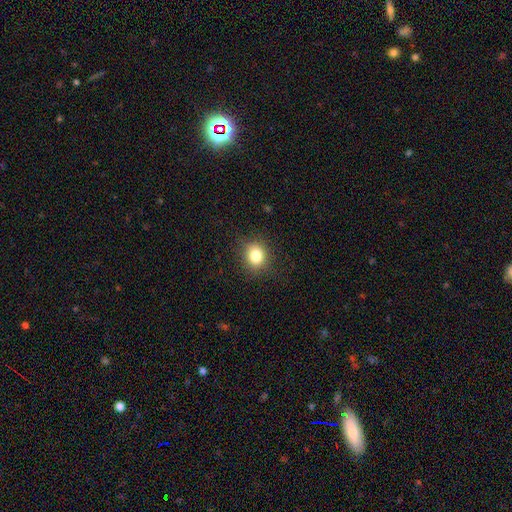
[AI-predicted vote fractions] A smooth galaxy with no disk features (82%) that is round (74%).

Vote fractions:
- Smooth or featured? smooth: 82% / star or artifact: 12% / featured or disk: 7%
- How rounded? round: 74% / in between: 25% / cigar-shaped: 1%
- Merging? none: 86% / minor disturbance: 10% / major disturbance: 3% / merger: 1%